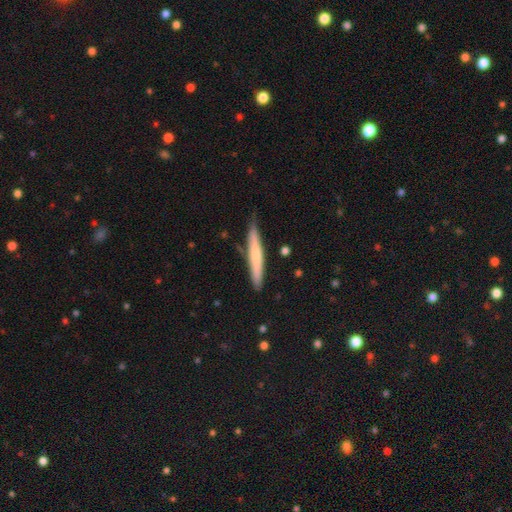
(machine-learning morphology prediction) smooth-or-featured: smooth: 61% | featured or disk: 34% | star or artifact: 5%
  how-rounded: cigar-shaped: 95% | in between: 4% | round: 1%
  merging: none: 81% | minor disturbance: 15% | merger: 2% | major disturbance: 2%